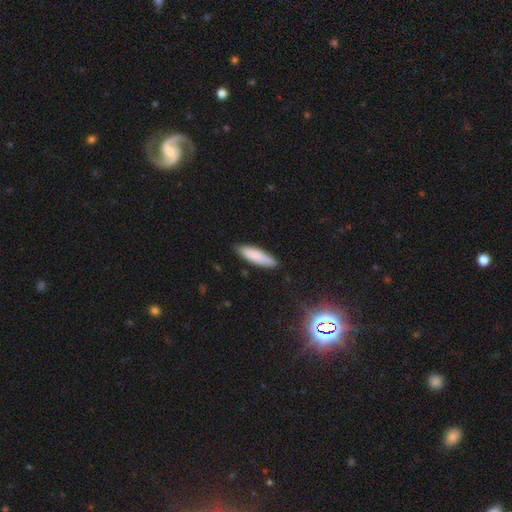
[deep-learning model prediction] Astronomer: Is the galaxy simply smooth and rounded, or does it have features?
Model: smooth — 85%.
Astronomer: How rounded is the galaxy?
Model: cigar-shaped — 60% (runner-up: in between, 39%).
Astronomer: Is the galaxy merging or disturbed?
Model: none — 83%.